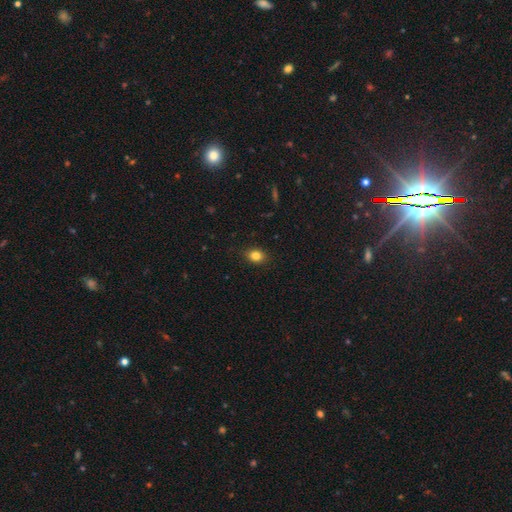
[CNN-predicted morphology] smooth_or_featured: smooth (p=0.83) [alt: star or artifact p=0.11]
how_rounded: round (p=0.50) [alt: in between p=0.49]
merging: none (p=0.88) [alt: minor disturbance p=0.09]